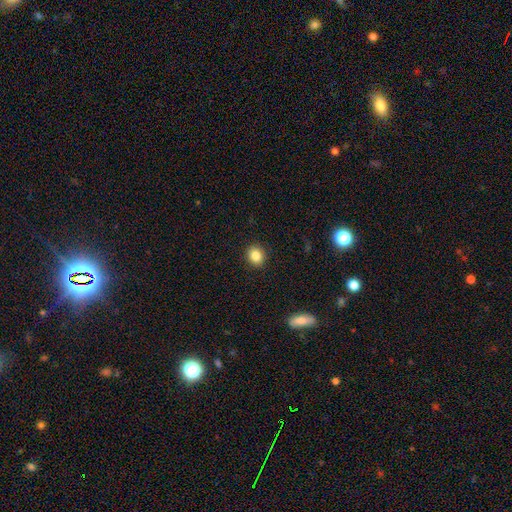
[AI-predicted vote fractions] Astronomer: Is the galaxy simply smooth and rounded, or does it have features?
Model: smooth — 84%.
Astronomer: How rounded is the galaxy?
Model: round — 76%.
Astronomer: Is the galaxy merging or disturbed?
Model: none — 91%.